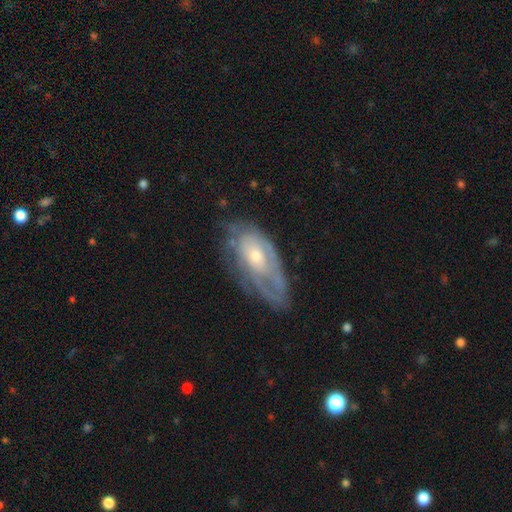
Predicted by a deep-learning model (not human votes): Smooth or featured? Predicted: featured or disk (p=0.69). Edge-on disk? Predicted: no (p=0.91). Bar? Predicted: no (p=0.77). Spiral arms? Predicted: yes (p=0.72). Bulge size? Predicted: small (p=0.51). Merging? Predicted: none (p=0.53).